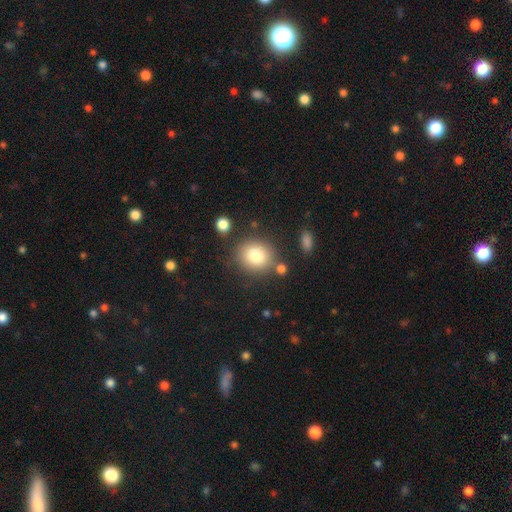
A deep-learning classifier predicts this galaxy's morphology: Smooth or featured: smooth — 80% (star or artifact — 10%)
How rounded: round — 80% (in between — 19%)
Merging: none — 78% (minor disturbance — 10%)